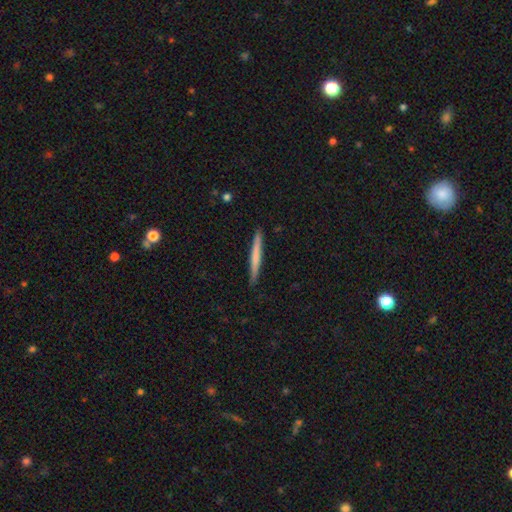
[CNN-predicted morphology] smooth 59%, featured or disk 36%, star or artifact 5%. Down the decision tree: how rounded — cigar-shaped (97%); merging — none (91%).